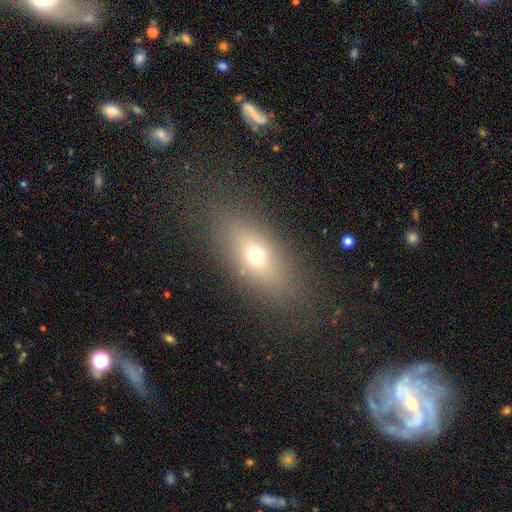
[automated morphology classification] A smooth galaxy with no disk features (64%) that is in between round and cigar-shaped (72%). Merging: none (80%).